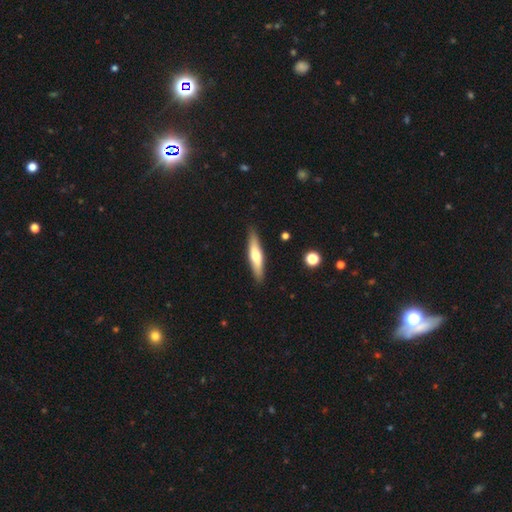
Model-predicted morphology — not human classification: smooth 53%, featured or disk 42%, star or artifact 5%. Down the decision tree: how rounded — cigar-shaped (81%); merging — none (89%).